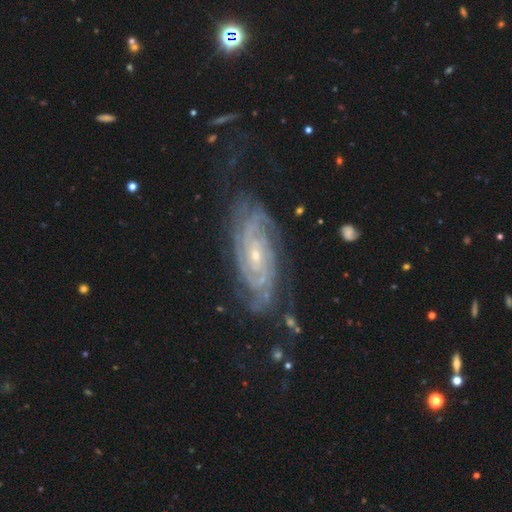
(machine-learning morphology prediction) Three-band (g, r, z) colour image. It shows a featured or disk galaxy (89%) with no bar (60%), 2 (30%) tight (75%) spiral arms (98%) and a small central bulge (73%). Merging: none (71%).